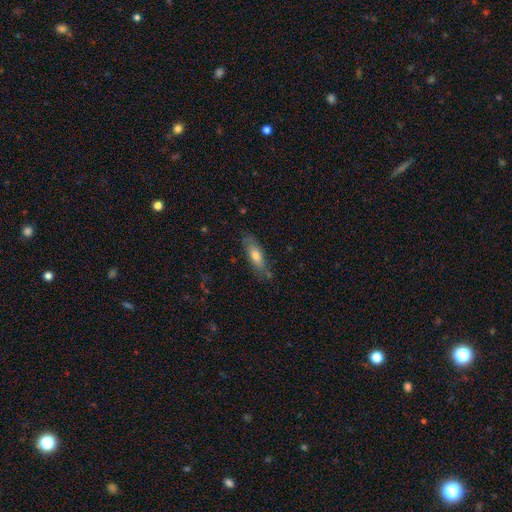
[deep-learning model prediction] smooth-or-featured: smooth: 67% | featured or disk: 27% | star or artifact: 6%
  how-rounded: in between: 52% | cigar-shaped: 46% | round: 2%
  merging: none: 72% | minor disturbance: 20% | major disturbance: 5% | merger: 3%